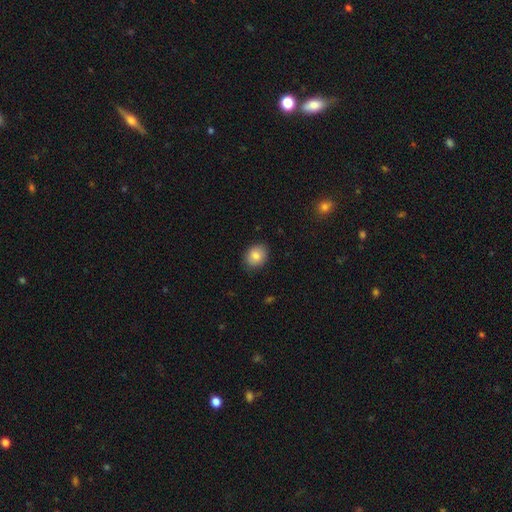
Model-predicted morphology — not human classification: type=smooth (83%); roundness=in between (53%); merging=none (86%).